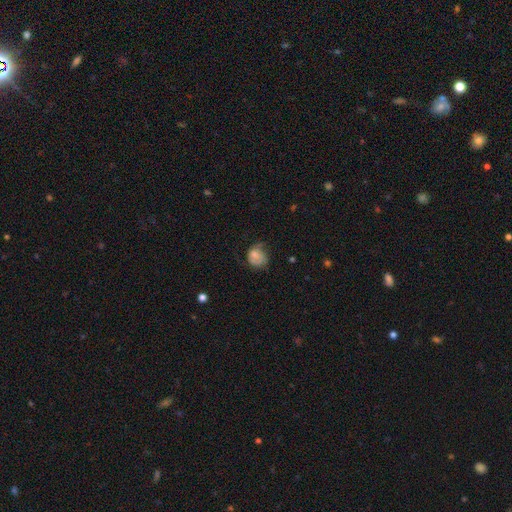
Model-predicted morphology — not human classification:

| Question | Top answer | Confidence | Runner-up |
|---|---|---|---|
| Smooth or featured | smooth | 62% | featured or disk (29%) |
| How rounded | round | 64% | in between (35%) |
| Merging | none | 40% | minor disturbance (33%) |